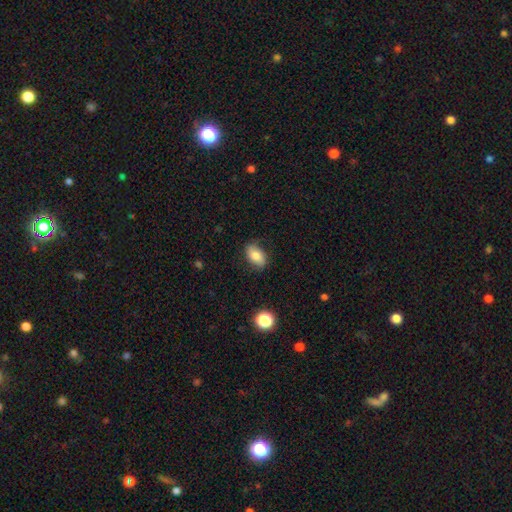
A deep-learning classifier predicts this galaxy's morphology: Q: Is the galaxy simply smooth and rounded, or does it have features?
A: smooth — 76%.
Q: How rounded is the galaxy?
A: in between — 88%.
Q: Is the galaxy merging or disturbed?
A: none — 79%.